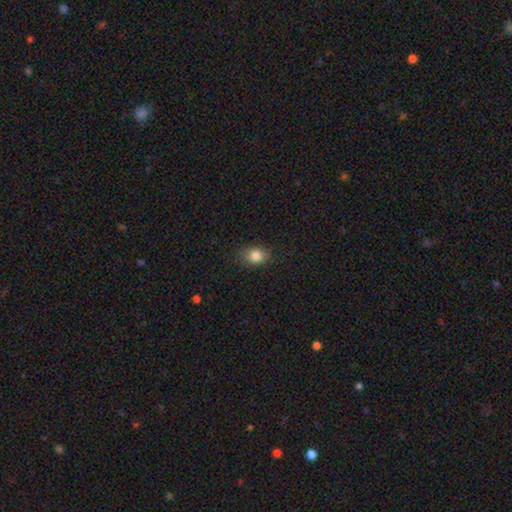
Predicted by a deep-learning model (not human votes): Overall: smooth (83%). How rounded: in between (54%; round 44%). Merging: none (83%).